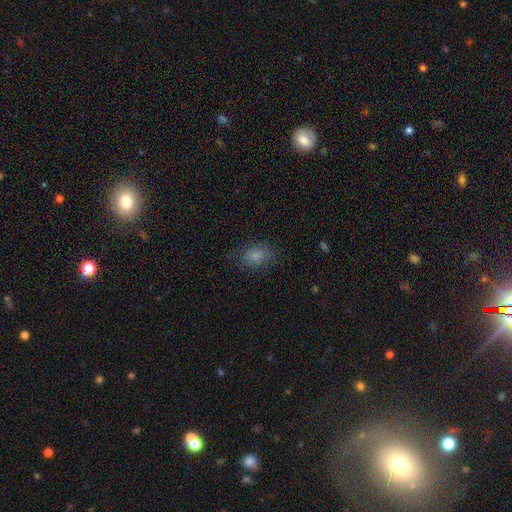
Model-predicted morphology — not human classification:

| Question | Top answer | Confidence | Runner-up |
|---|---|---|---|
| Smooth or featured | smooth | 81% | star or artifact (10%) |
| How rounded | in between | 74% | round (24%) |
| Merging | none | 74% | minor disturbance (19%) |